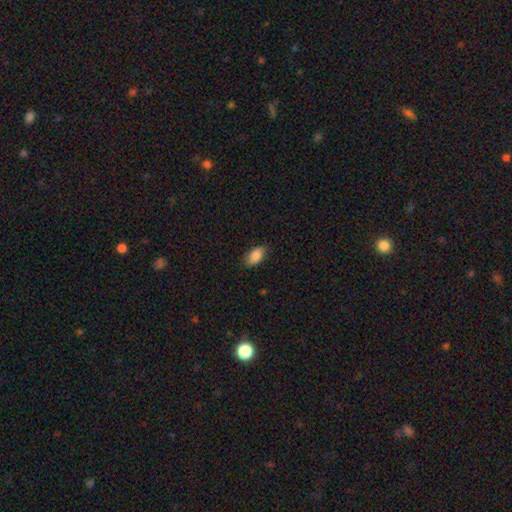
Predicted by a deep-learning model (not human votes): This is clearly a smooth galaxy (87%). How rounded: clearly in between (92%). Merging: clearly none (83%).